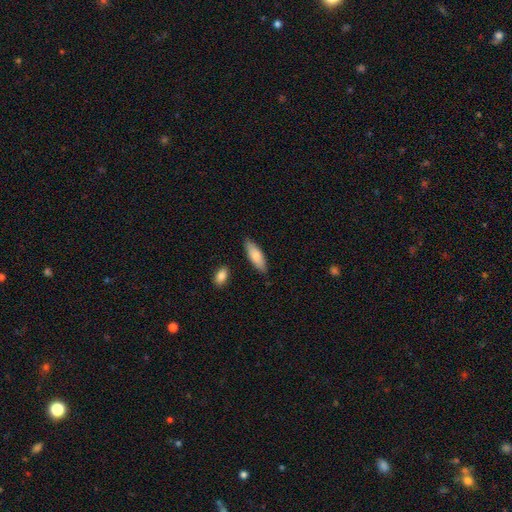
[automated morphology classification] This is likely a smooth galaxy (77%). How rounded: likely in between (62%). Merging: clearly none (83%).